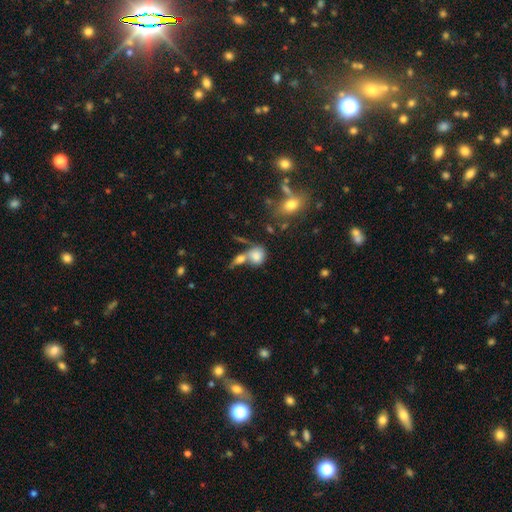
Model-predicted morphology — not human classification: A smooth galaxy with no disk features (77%) that is round (65%). Merging: merger (41%).